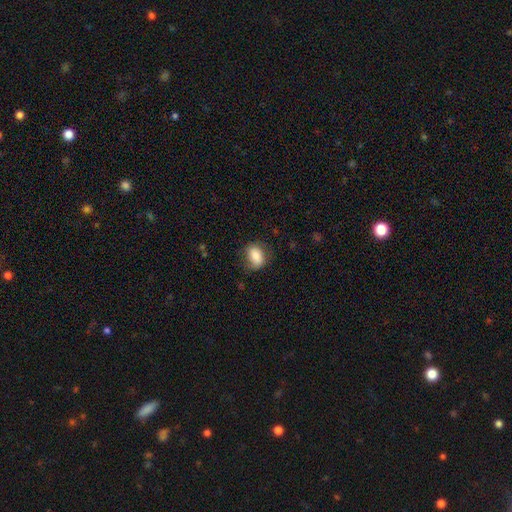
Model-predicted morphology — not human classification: Smooth or featured: smooth — 80% (featured or disk — 12%)
How rounded: in between — 72% (round — 27%)
Merging: none — 69% (minor disturbance — 22%)